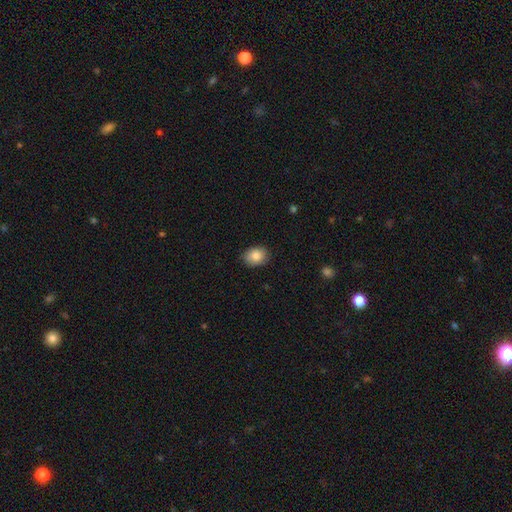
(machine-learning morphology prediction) smooth_or_featured: smooth (p=0.86) [alt: star or artifact p=0.08]
how_rounded: in between (p=0.57) [alt: round p=0.42]
merging: none (p=0.85) [alt: minor disturbance p=0.12]